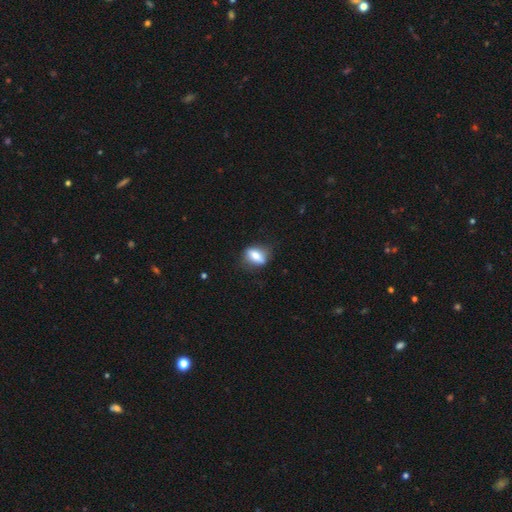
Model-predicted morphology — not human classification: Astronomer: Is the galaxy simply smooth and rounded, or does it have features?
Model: smooth — 64%.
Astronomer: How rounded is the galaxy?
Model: in between — 72%.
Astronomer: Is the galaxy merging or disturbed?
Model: none — 73%.